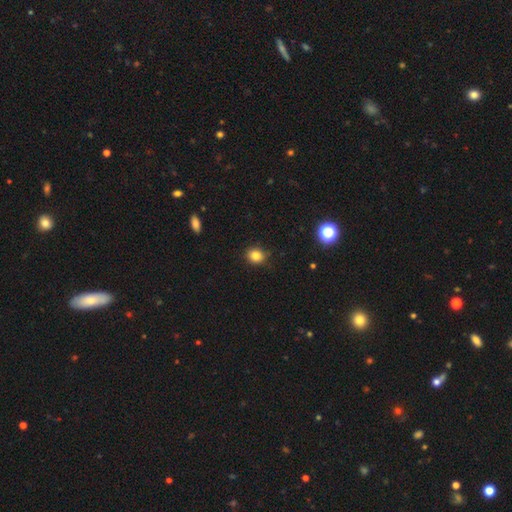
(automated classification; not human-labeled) Smooth or featured? smooth (83%)
How rounded? round (77%)
Merging? none (86%)